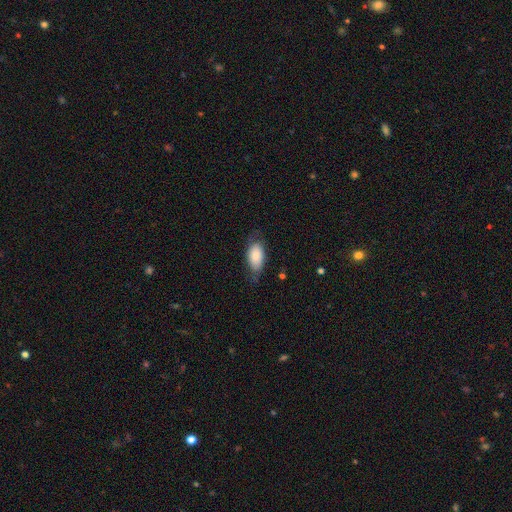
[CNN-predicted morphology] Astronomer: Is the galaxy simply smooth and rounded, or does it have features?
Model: smooth — 80%.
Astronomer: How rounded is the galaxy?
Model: in between — 91%.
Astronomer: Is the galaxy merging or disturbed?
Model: none — 62%.